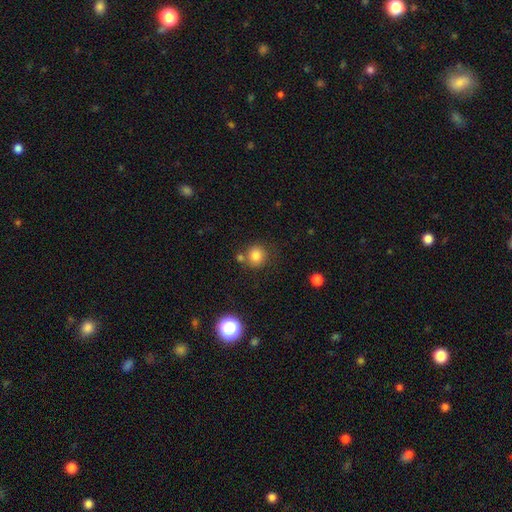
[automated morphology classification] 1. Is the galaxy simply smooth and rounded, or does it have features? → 81% smooth, 12% star or artifact, 7% featured or disk.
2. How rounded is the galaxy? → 89% round, 10% in between, 1% cigar-shaped.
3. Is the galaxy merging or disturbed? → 70% none, 15% merger, 11% minor disturbance, 4% major disturbance.